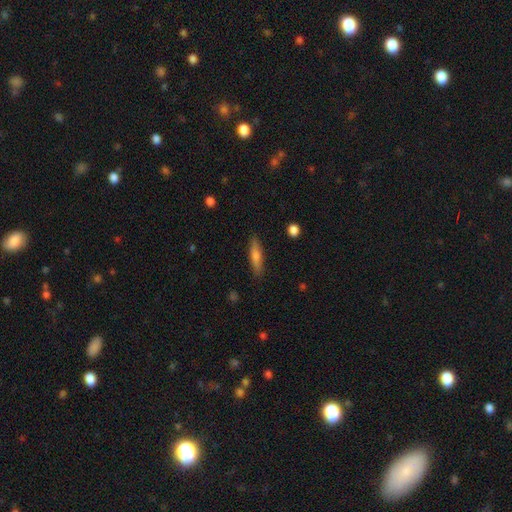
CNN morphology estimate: Smooth or featured? smooth (60%)
How rounded? cigar-shaped (83%)
Merging? none (89%)